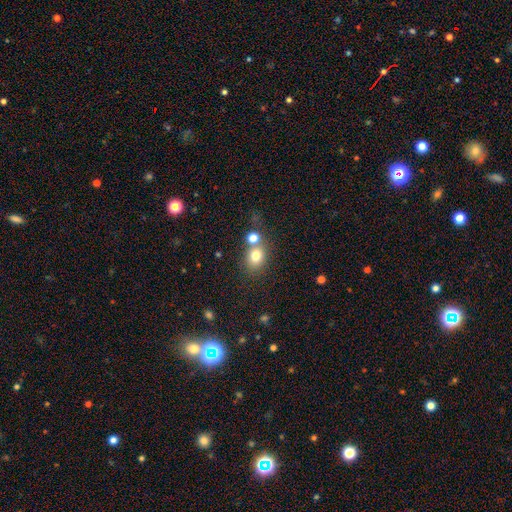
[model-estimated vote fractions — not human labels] Smooth or featured? smooth (78%)
How rounded? round (53%)
Merging? none (55%)